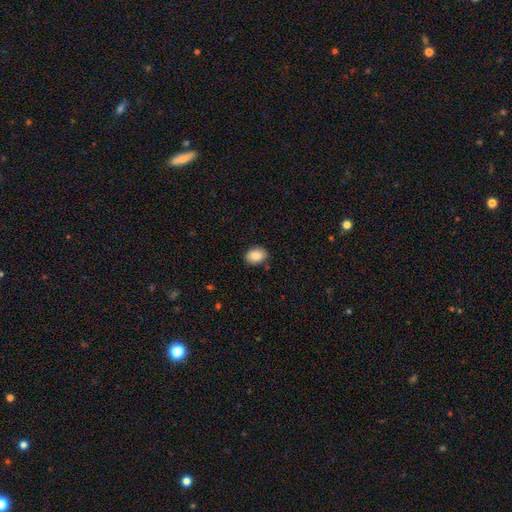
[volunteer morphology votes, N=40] smooth 85%, featured or disk 10%, star or artifact 5%. Down the decision tree: how rounded — in between (76%); merging — none (84%).